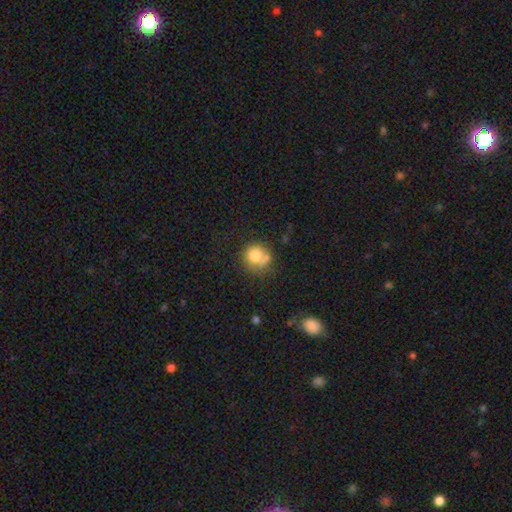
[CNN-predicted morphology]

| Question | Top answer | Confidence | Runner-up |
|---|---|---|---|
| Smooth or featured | smooth | 74% | featured or disk (16%) |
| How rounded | round | 85% | in between (14%) |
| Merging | none | 48% | merger (24%) |